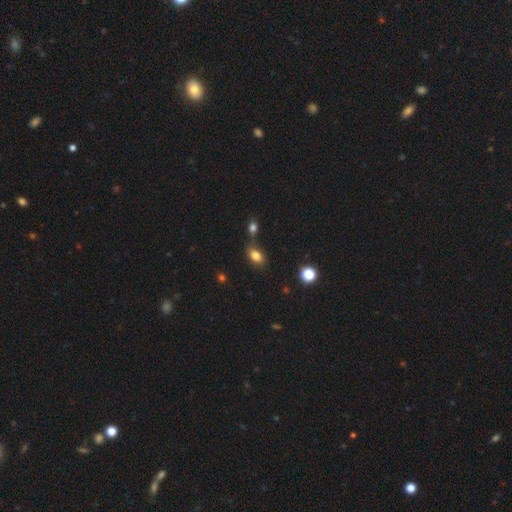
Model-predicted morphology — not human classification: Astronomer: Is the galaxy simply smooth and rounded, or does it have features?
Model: smooth — 81%.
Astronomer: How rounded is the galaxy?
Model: in between — 83%.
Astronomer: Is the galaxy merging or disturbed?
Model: none — 65%.